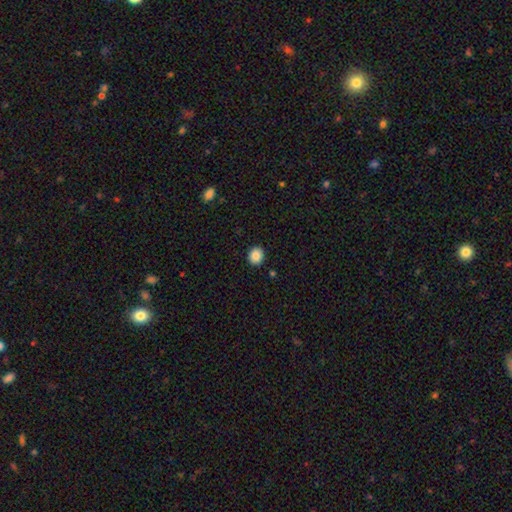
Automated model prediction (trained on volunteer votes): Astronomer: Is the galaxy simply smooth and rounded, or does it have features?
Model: smooth — 88%.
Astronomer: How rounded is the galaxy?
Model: round — 80%.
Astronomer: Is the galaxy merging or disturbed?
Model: none — 91%.